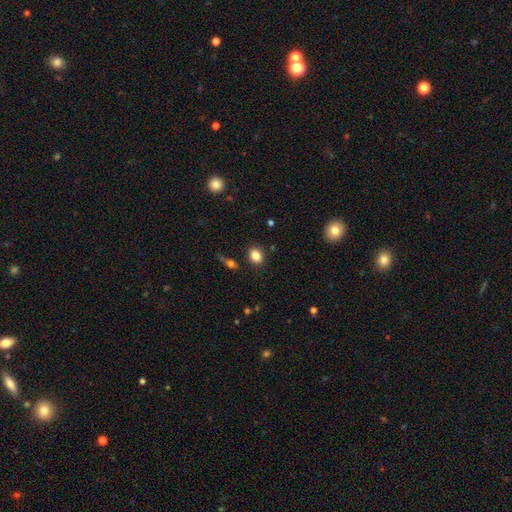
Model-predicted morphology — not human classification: Smooth or featured? smooth (83%)
How rounded? round (51%)
Merging? none (86%)